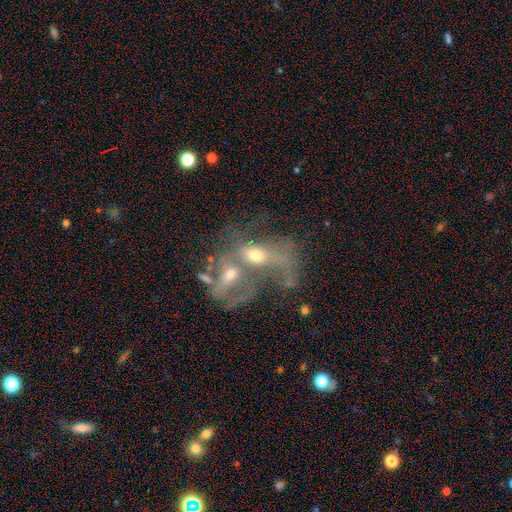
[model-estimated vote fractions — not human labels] This is possibly a featured or disk galaxy (55%). It is clearly not viewed edge-on (94%). Bar: likely no (73%). Spiral arm pattern: likely no (63%). Central bulge: possibly moderate (54%). Merging: likely merger (74%).